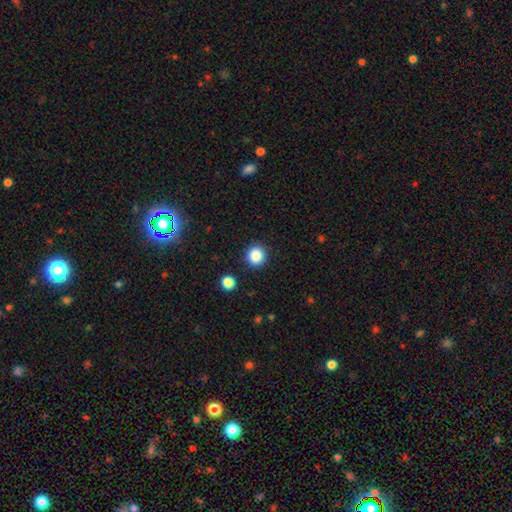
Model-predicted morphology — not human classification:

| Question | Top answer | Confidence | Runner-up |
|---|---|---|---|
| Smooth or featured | smooth | 86% | star or artifact (11%) |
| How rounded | round | 90% | in between (9%) |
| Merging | none | 90% | minor disturbance (6%) |